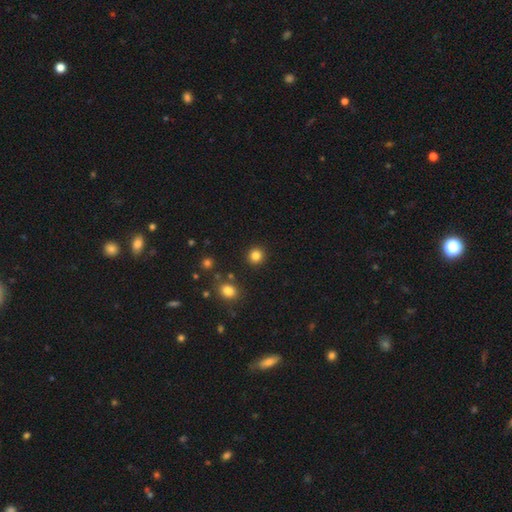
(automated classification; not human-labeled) smooth_or_featured: smooth (p=0.83) [alt: star or artifact p=0.12]
how_rounded: round (p=0.92) [alt: in between p=0.07]
merging: none (p=0.91) [alt: minor disturbance p=0.05]